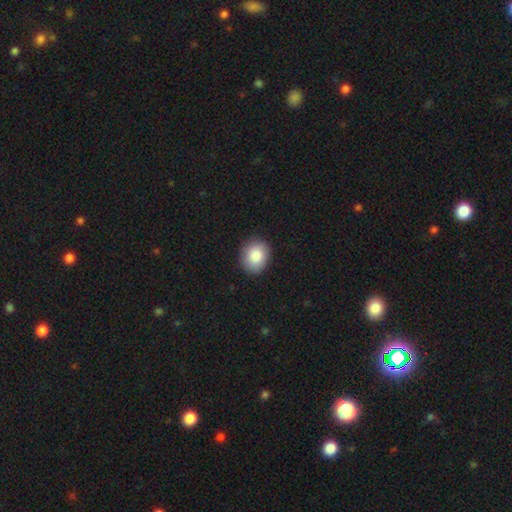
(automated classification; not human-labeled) Smooth or featured? smooth (86%)
How rounded? round (63%)
Merging? none (89%)